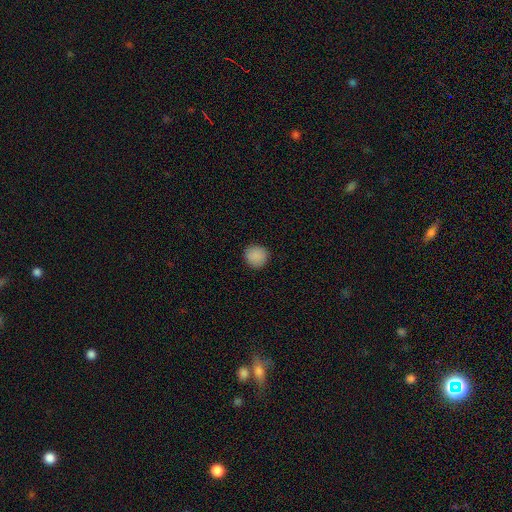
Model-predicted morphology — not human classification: The model was most divided on "smooth or featured": smooth: 88%, star or artifact: 9%, featured or disk: 3%. More confident: how rounded — round (92%); merging — none (91%).